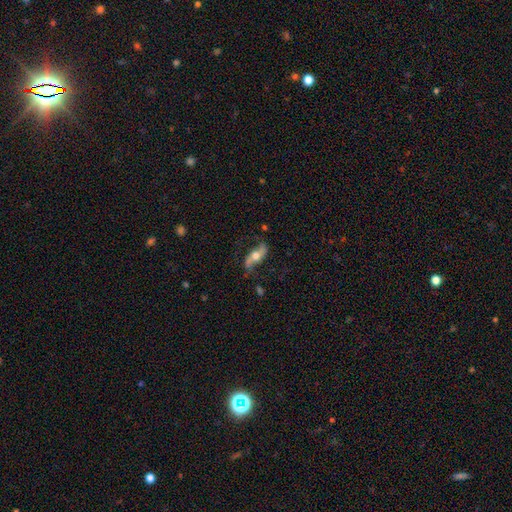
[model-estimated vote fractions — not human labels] Smooth or featured?
  - featured or disk: 67% *
  - smooth: 27%
  - star or artifact: 6%
Edge-on disk?
  - no: 77% *
  - yes: 23%
Bar?
  - no: 61% *
  - weak: 22%
  - strong: 17%
Spiral arms?
  - yes: 84% *
  - no: 16%
Bulge size?
  - moderate: 67% *
  - large: 17%
  - small: 12%
  - dominant: 2%
  - none: 2%
Merging?
  - none: 71% *
  - minor disturbance: 19%
  - major disturbance: 8%
  - merger: 2%